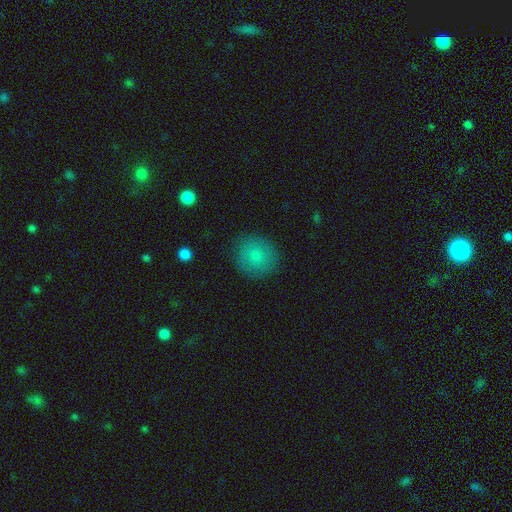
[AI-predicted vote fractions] smooth_or_featured: smooth (p=0.80) [alt: featured or disk p=0.11]
how_rounded: round (p=0.88) [alt: in between p=0.11]
merging: none (p=0.85) [alt: minor disturbance p=0.11]